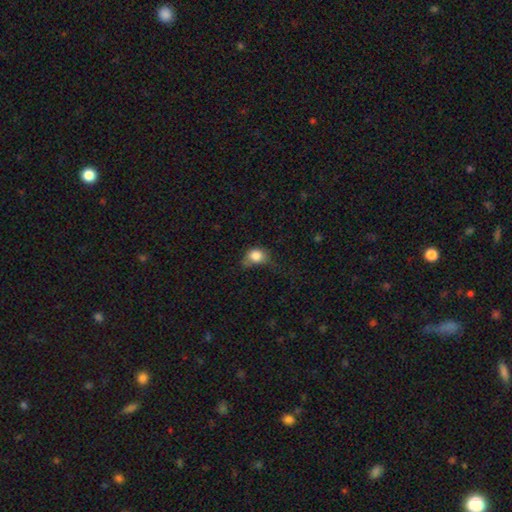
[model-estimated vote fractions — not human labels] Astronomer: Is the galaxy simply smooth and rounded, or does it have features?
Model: smooth — 82%.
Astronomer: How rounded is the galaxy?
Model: round — 56% (runner-up: in between, 43%).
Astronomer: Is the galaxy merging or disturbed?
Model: minor disturbance — 37% (runner-up: none, 32%).